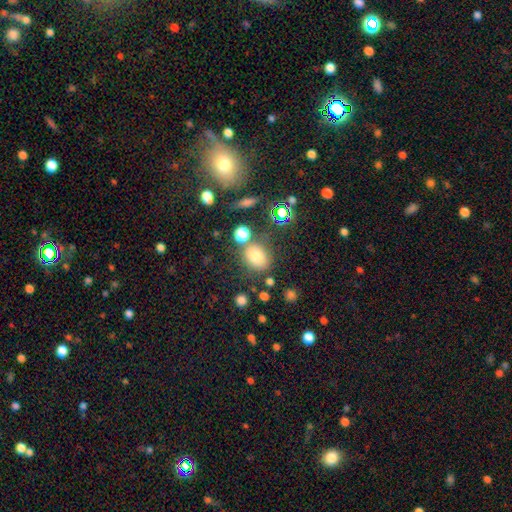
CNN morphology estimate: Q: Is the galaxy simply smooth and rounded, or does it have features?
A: smooth — 73%.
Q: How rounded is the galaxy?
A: in between — 53%.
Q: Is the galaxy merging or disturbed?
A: none — 71%.